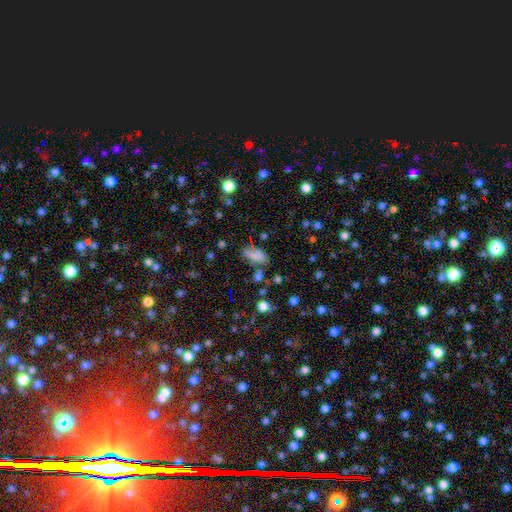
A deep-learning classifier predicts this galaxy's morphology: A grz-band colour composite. It shows a smooth galaxy with no disk features (71%) that is in between round and cigar-shaped (84%). Merging: none (44%).